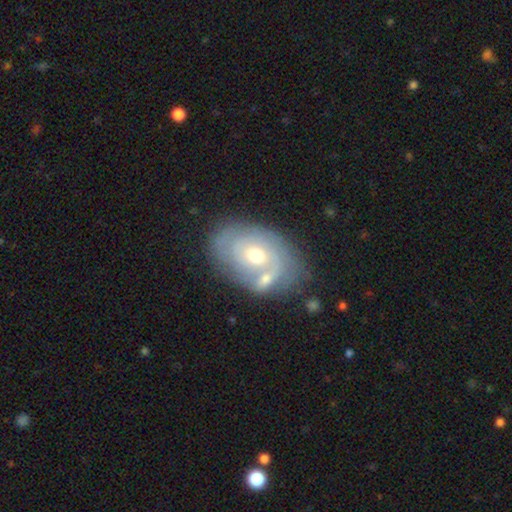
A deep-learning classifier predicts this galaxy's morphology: A featured or disk galaxy (68%) with no bar (75%), spiral arms (73%) and a moderate central bulge (61%). Merging: none (45%).